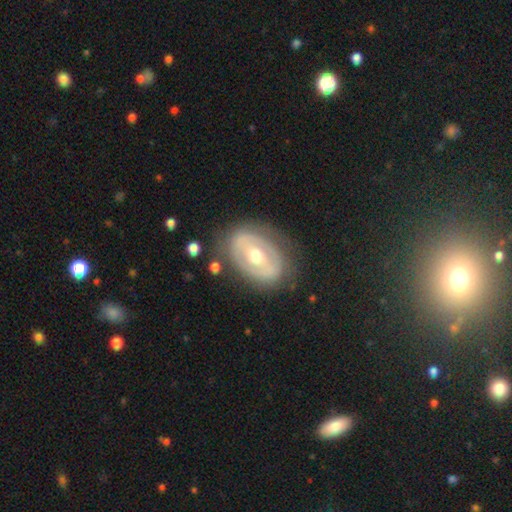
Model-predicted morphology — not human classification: Overall: featured or disk (69%). Edge-on disk: no (94%). Bar: no (45%; weak 31%). Spiral arms: no (66%; yes 34%). Bulge size: moderate (70%). Merging: none (75%).